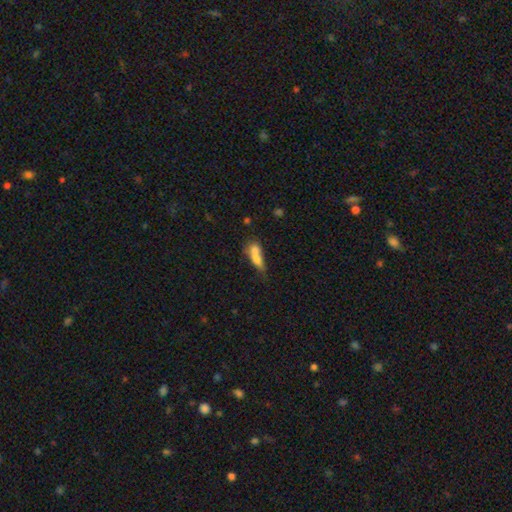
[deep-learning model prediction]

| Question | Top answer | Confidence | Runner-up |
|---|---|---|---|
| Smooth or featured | smooth | 68% | featured or disk (22%) |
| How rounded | in between | 61% | cigar-shaped (25%) |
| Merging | merger | 61% | none (21%) |